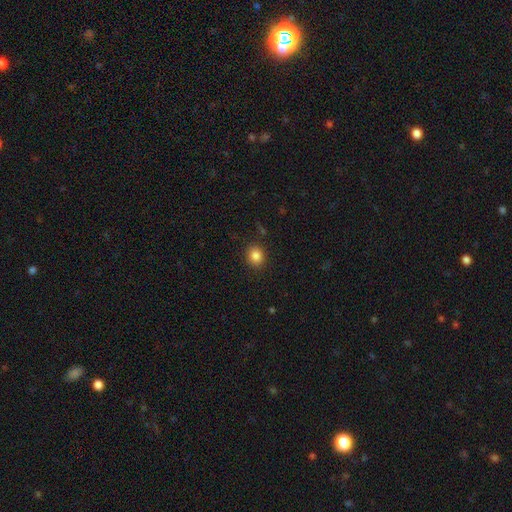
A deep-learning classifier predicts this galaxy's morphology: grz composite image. It shows a smooth galaxy with no disk features (85%) that is round (72%). Merging: none (89%).